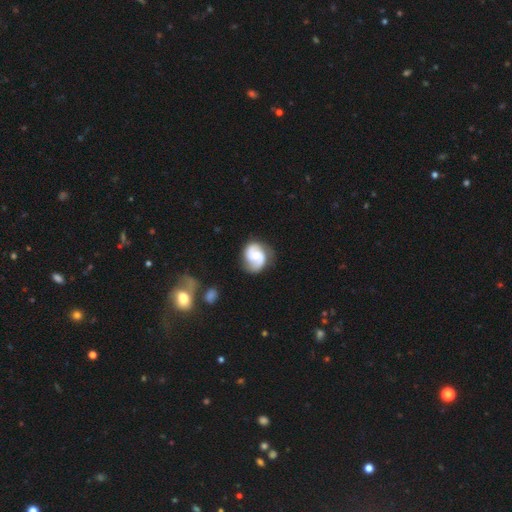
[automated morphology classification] This appears to be a featured or disk galaxy (80%) with no bar (50%), 2 (88%) medium (49%) spiral arms (96%) and a moderate central bulge (47%). Merging: none (72%).